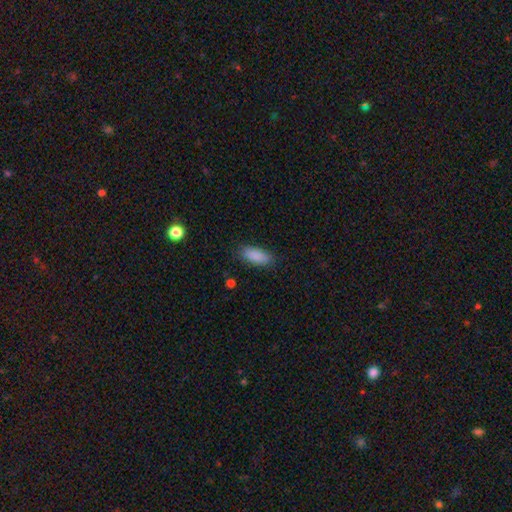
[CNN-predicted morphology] Q: Smooth or featured?
A: smooth (89%); runner-up: star or artifact (7%)
Q: How rounded?
A: in between (81%); runner-up: cigar-shaped (17%)
Q: Merging?
A: none (86%); runner-up: minor disturbance (11%)